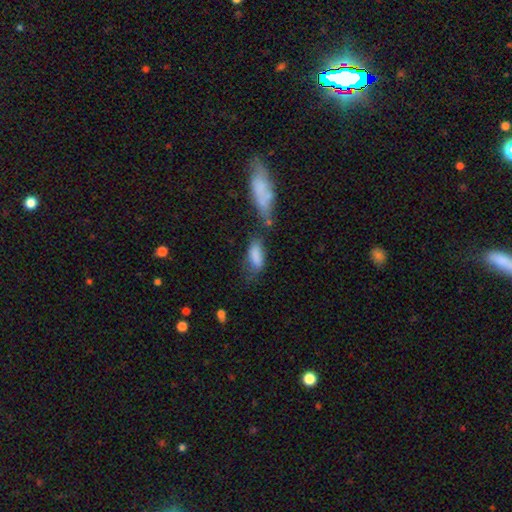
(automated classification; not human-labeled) Morphology: type=smooth (81%); roundness=in between (79%); merging=none (38%).